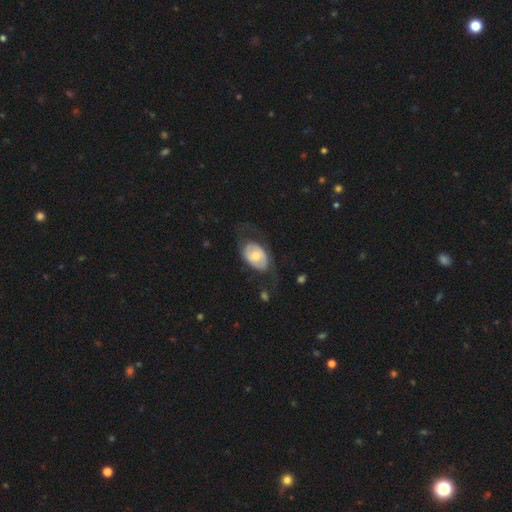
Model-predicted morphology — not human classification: Q: Smooth or featured?
A: featured or disk (49%); runner-up: smooth (46%)
Q: Merging?
A: none (50%); runner-up: major disturbance (26%)